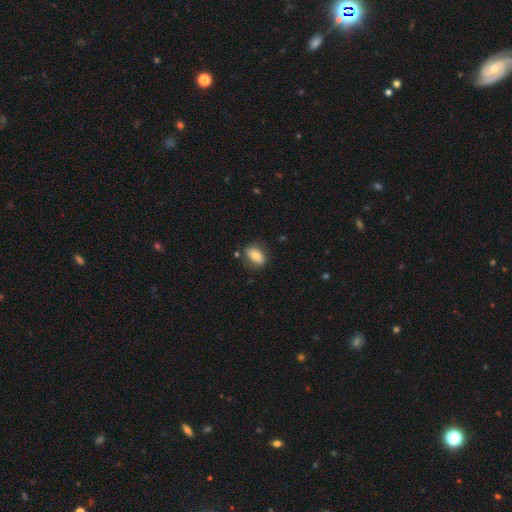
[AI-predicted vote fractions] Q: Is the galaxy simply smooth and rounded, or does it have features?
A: smooth — 74%.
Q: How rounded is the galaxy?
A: in between — 84%.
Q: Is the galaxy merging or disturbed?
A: none — 75%.